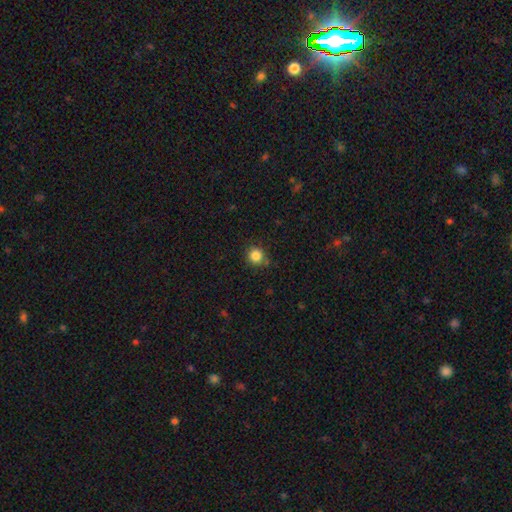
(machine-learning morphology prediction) smooth_or_featured: smooth (p=0.85) [alt: star or artifact p=0.11]
how_rounded: round (p=0.92) [alt: in between p=0.07]
merging: none (p=0.80) [alt: minor disturbance p=0.12]